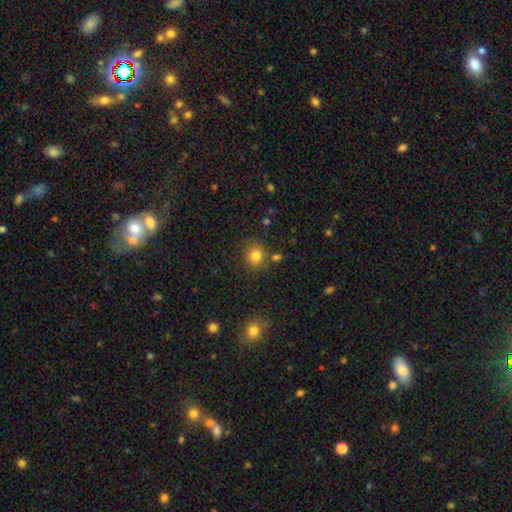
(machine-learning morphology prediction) This appears to be a smooth galaxy with no disk features (81%) that is round (87%). Merging: none (80%).